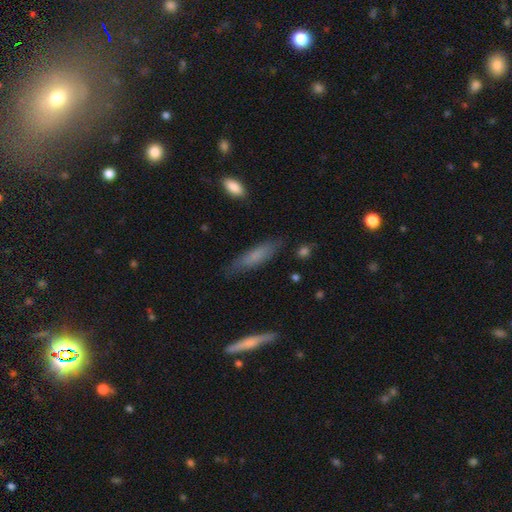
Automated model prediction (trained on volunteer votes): A smooth galaxy with no disk features (68%) that is cigar-shaped (64%). Merging: none (78%).